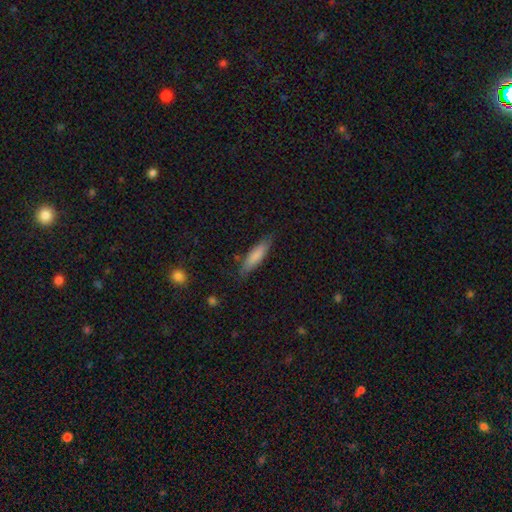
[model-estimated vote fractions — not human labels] A smooth galaxy with no disk features (80%) that is cigar-shaped (72%). Merging: none (81%).